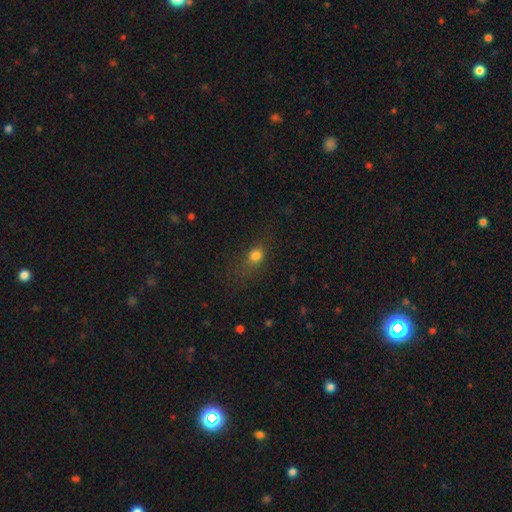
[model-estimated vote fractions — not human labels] A smooth galaxy with no disk features (74%) that is in between round and cigar-shaped (49%).

Vote fractions:
- Smooth or featured? smooth: 74% / star or artifact: 16% / featured or disk: 10%
- How rounded? in between: 49% / round: 43% / cigar-shaped: 8%
- Merging? none: 64% / minor disturbance: 20% / major disturbance: 14% / merger: 2%